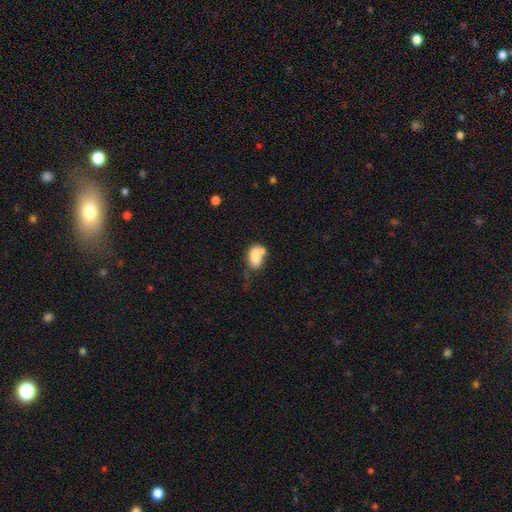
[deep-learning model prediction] Overall: smooth (78%). How rounded: in between (86%). Merging: merger (31%; none 27%).